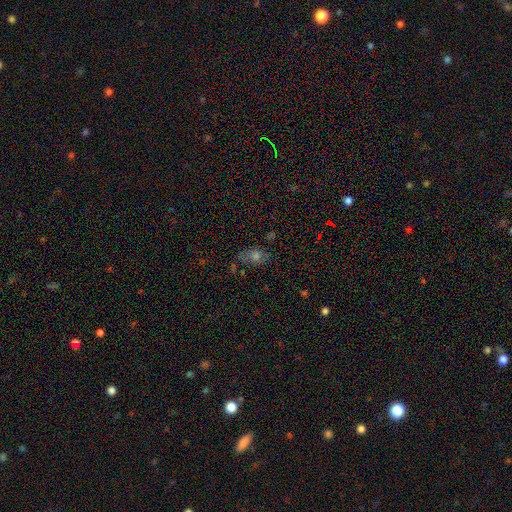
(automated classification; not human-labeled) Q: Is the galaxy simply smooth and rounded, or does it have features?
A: smooth — 50%.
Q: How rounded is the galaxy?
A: in between — 72%.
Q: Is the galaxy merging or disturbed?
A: none — 65%.